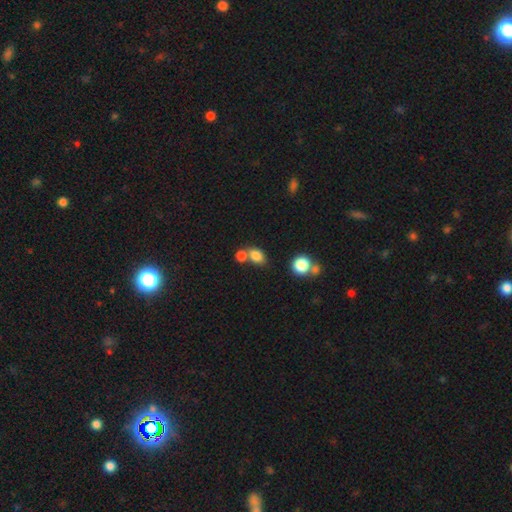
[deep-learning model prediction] smooth_or_featured: smooth (p=0.81) [alt: star or artifact p=0.11]
how_rounded: in between (p=0.68) [alt: round p=0.30]
merging: none (p=0.44) [alt: merger p=0.41]